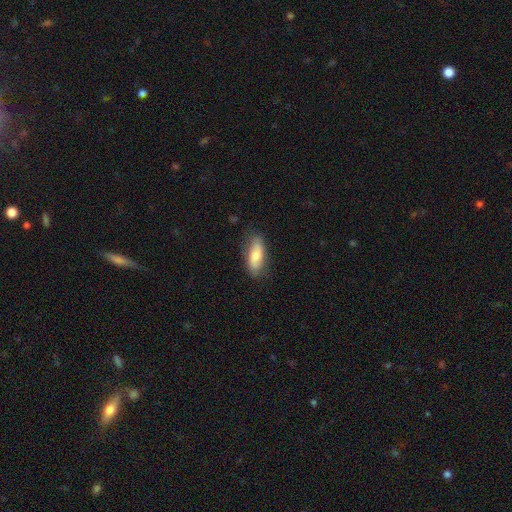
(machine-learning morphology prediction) Smooth or featured: smooth — 72% (featured or disk — 22%)
How rounded: in between — 75% (cigar-shaped — 22%)
Merging: none — 76% (minor disturbance — 19%)